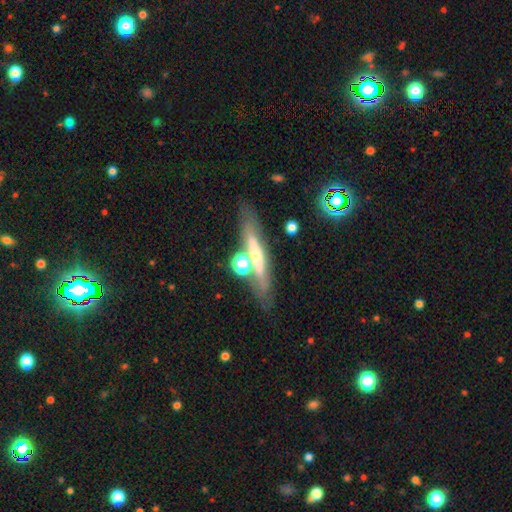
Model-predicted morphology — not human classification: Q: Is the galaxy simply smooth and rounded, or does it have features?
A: featured or disk — 57%.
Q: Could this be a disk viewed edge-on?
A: yes — 79%.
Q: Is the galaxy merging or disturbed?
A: none — 69%.